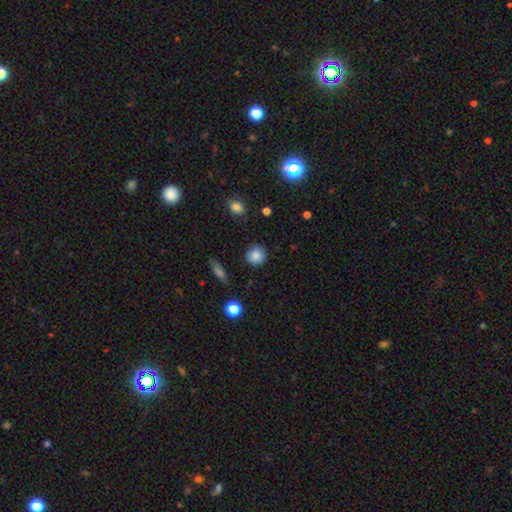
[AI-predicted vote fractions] The model was most divided on "smooth or featured": smooth: 85%, star or artifact: 9%, featured or disk: 5%. More confident: how rounded — round (91%); merging — none (87%).